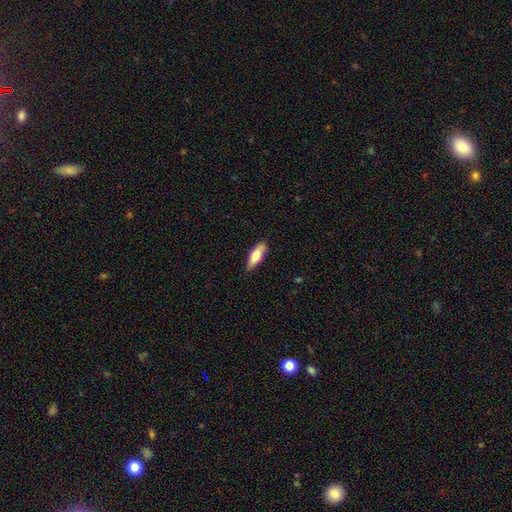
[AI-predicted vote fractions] Smooth or featured? Predicted: smooth (p=0.69). How rounded? Predicted: in between (p=0.60). Merging? Predicted: none (p=0.73).